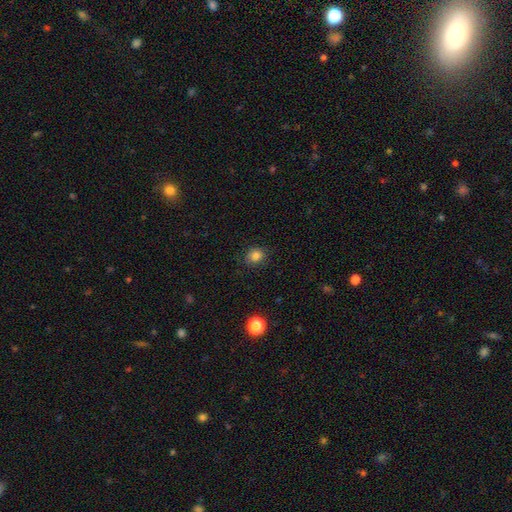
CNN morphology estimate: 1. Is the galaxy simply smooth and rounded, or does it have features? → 82% smooth, 12% star or artifact, 6% featured or disk.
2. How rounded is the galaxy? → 70% round, 29% in between, 1% cigar-shaped.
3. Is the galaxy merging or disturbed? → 86% none, 10% minor disturbance, 3% major disturbance, 1% merger.